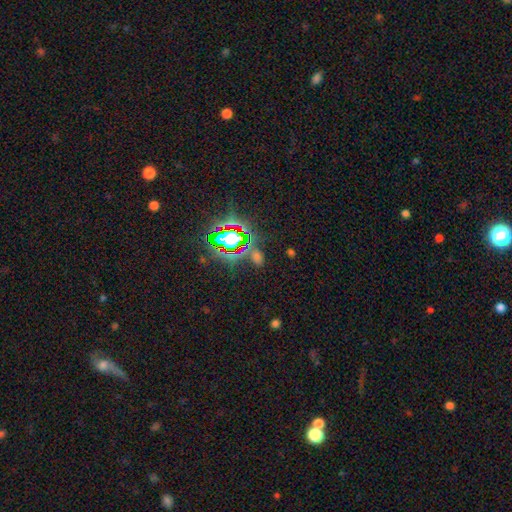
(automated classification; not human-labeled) Smooth or featured? star or artifact (60%)